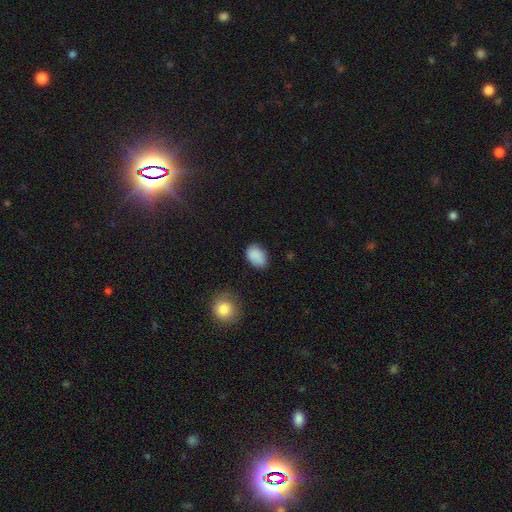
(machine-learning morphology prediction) Smooth or featured?
  - smooth: 88% *
  - star or artifact: 8%
  - featured or disk: 4%
How rounded?
  - in between: 82% *
  - round: 17%
  - cigar-shaped: 1%
Merging?
  - none: 76% *
  - minor disturbance: 18%
  - major disturbance: 4%
  - merger: 2%